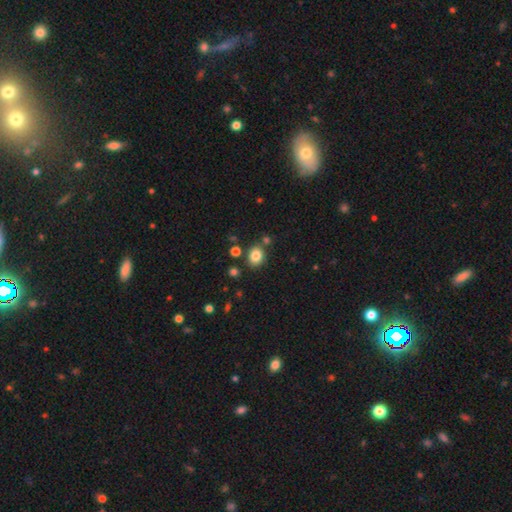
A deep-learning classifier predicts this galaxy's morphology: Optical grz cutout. It shows a smooth galaxy with no disk features (83%) that is round (57%). Merging: none (79%).